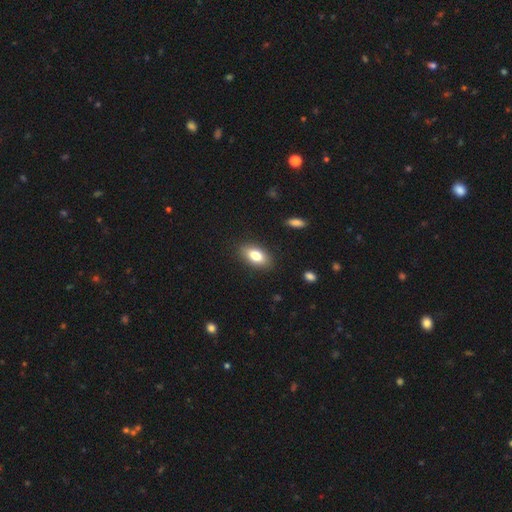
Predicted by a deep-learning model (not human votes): smooth_or_featured: smooth (p=0.80) [alt: featured or disk p=0.12]
how_rounded: in between (p=0.90) [alt: round p=0.05]
merging: none (p=0.87) [alt: minor disturbance p=0.09]